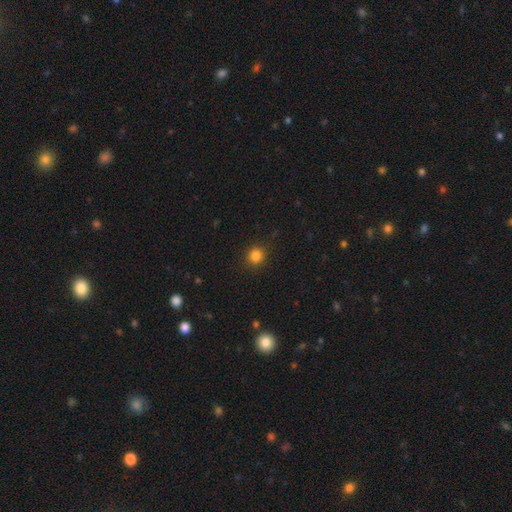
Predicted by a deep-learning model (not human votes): A smooth galaxy with no disk features (83%) that is round (88%). Merging: none (90%).